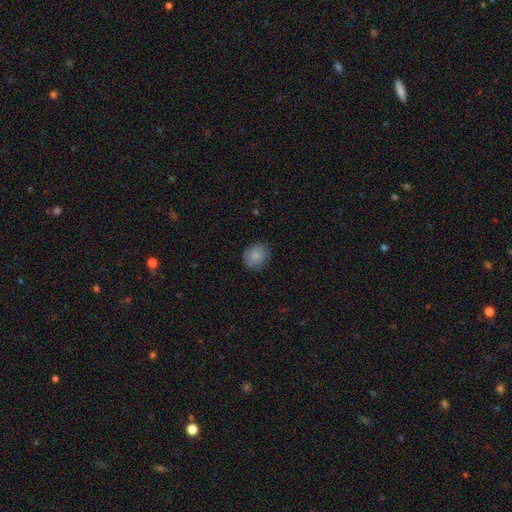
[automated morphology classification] A smooth galaxy with no disk features (83%) that is round (77%).

Vote fractions:
- Smooth or featured? smooth: 83% / featured or disk: 9% / star or artifact: 8%
- How rounded? round: 77% / in between: 22% / cigar-shaped: 1%
- Merging? none: 79% / minor disturbance: 16% / major disturbance: 4% / merger: 1%